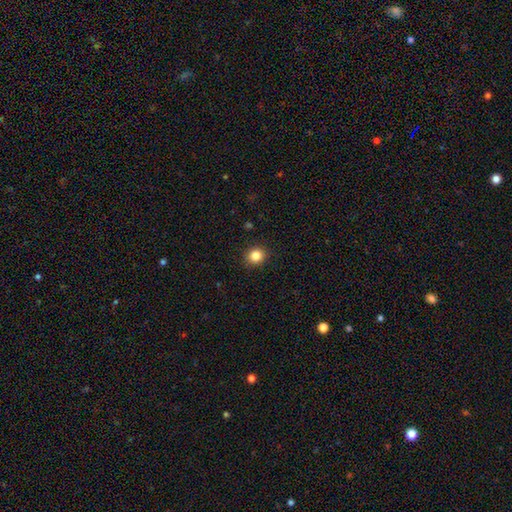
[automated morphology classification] A smooth galaxy with no disk features (84%) that is round (82%).

Vote fractions:
- Smooth or featured? smooth: 84% / star or artifact: 11% / featured or disk: 5%
- How rounded? round: 82% / in between: 17% / cigar-shaped: 1%
- Merging? none: 90% / minor disturbance: 7% / major disturbance: 2% / merger: 1%